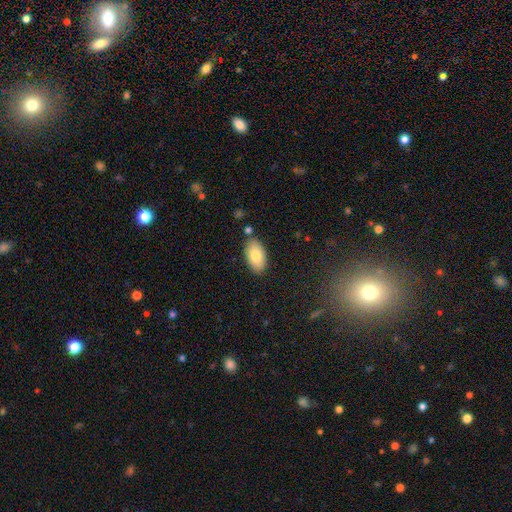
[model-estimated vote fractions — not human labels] smooth_or_featured: smooth (p=0.81) [alt: featured or disk p=0.12]
how_rounded: in between (p=0.95) [alt: round p=0.03]
merging: none (p=0.83) [alt: minor disturbance p=0.11]